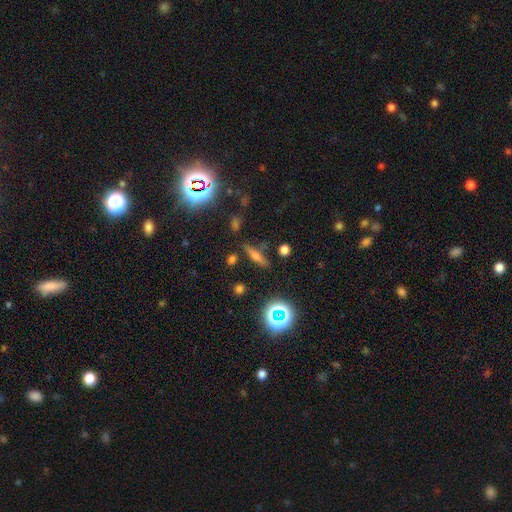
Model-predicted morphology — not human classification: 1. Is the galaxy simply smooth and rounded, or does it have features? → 43% featured or disk, 36% smooth, 21% star or artifact.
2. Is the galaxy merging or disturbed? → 83% none, 10% minor disturbance, 4% merger, 3% major disturbance.